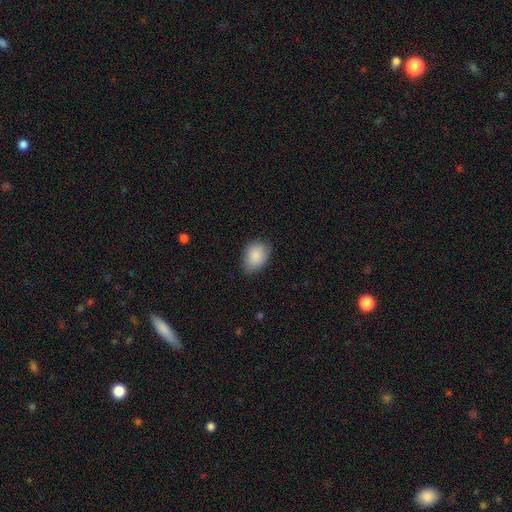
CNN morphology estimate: Smooth or featured? smooth (88%)
How rounded? in between (72%)
Merging? none (76%)